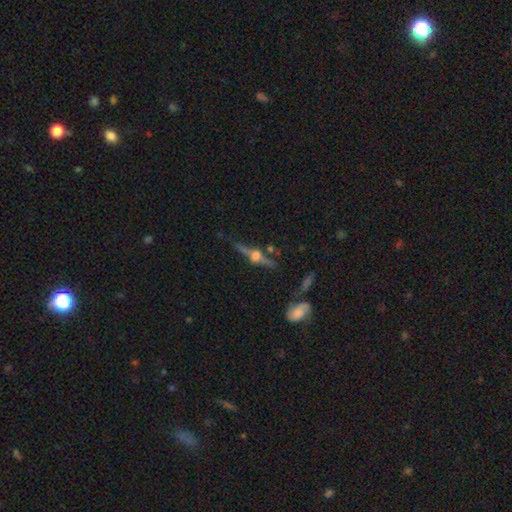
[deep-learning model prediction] smooth-or-featured: featured or disk: 80% | smooth: 11% | star or artifact: 9%
  disk-edge-on: yes: 95% | no: 5%
    edge-on-bulge: rounded: 95% | boxy: 3% | none: 2%
  merging: none: 79% | minor disturbance: 12% | merger: 5% | major disturbance: 4%